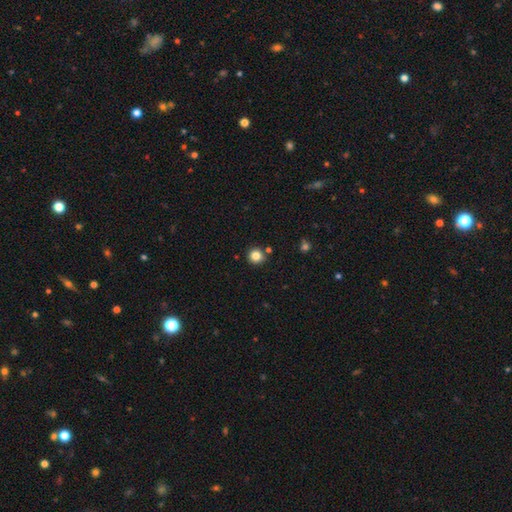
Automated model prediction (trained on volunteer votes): Q: Smooth or featured?
A: smooth (83%); runner-up: star or artifact (12%)
Q: How rounded?
A: round (94%); runner-up: in between (5%)
Q: Merging?
A: none (87%); runner-up: minor disturbance (6%)